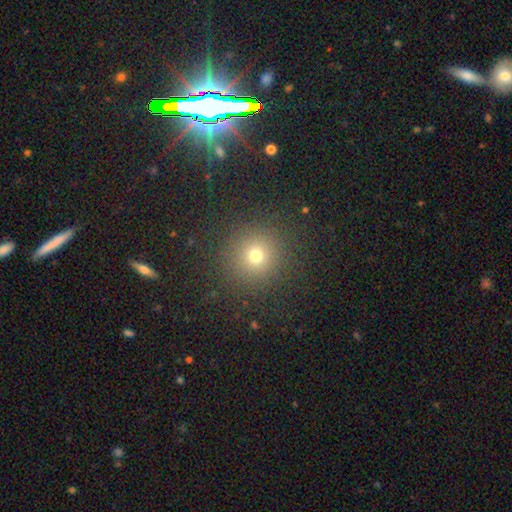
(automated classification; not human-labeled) Smooth or featured? Predicted: smooth (p=0.70). How rounded? Predicted: round (p=0.93). Merging? Predicted: none (p=0.88).